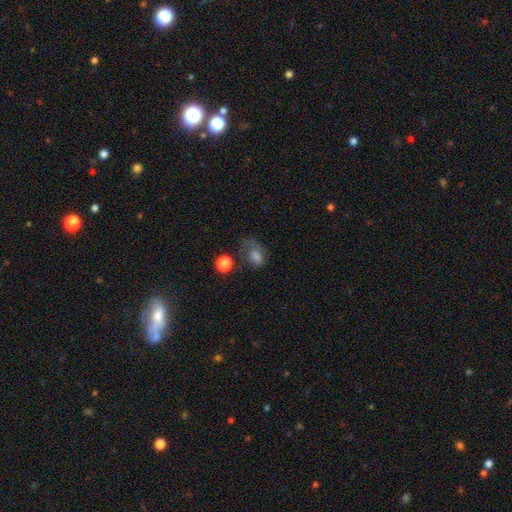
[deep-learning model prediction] Morphology: type=smooth (56%); roundness=in between (68%); merging=none (36%).